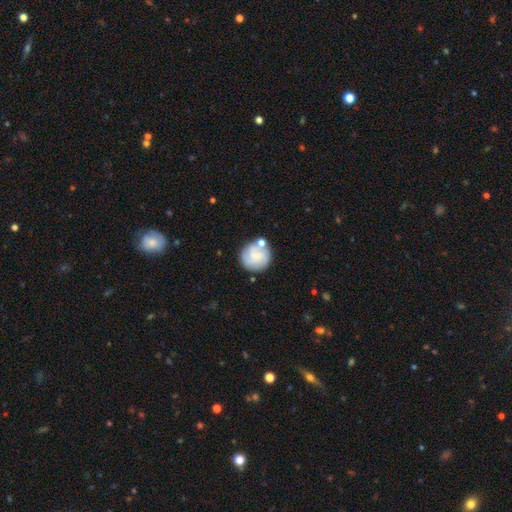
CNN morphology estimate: Smooth or featured? Predicted: smooth (p=0.62). How rounded? Predicted: round (p=0.89). Merging? Predicted: none (p=0.65).